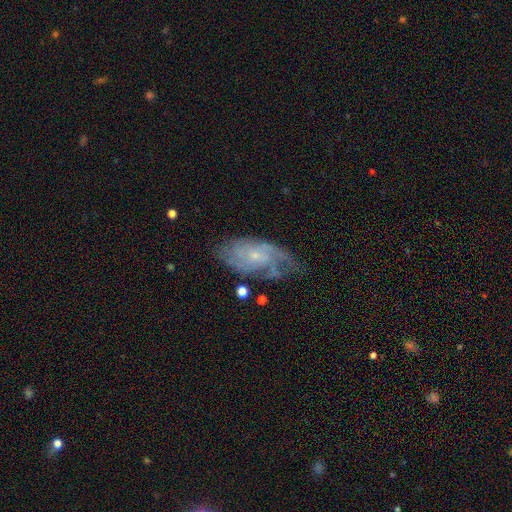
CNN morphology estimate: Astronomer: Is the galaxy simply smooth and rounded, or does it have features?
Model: featured or disk — 74%.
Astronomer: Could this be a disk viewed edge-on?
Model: no — 94%.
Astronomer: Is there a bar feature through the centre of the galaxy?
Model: no — 71%.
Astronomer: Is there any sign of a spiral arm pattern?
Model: yes — 89%.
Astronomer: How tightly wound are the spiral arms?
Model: tight — 47% (runner-up: medium, 38%).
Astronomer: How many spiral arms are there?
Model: can't tell — 43% (runner-up: 2, 22%).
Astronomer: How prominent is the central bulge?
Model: small — 75%.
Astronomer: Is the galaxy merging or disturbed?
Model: none — 57%.